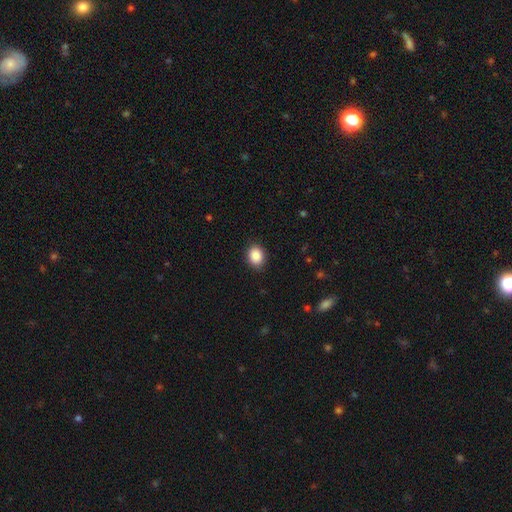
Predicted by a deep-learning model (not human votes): Overall: smooth (89%). How rounded: in between (50%; round 49%). Merging: none (86%).